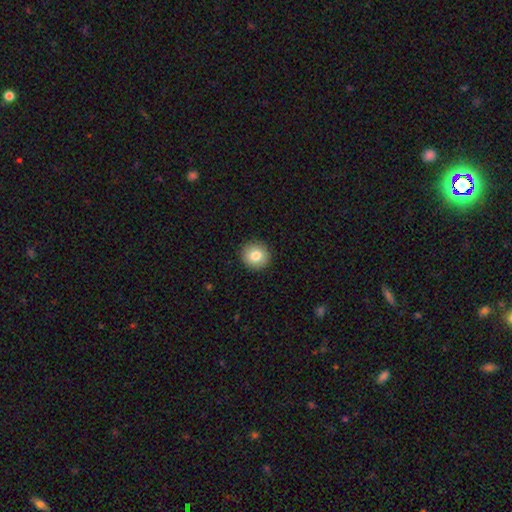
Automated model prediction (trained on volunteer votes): This is clearly a smooth galaxy (82%). How rounded: clearly round (93%). Merging: clearly none (93%).